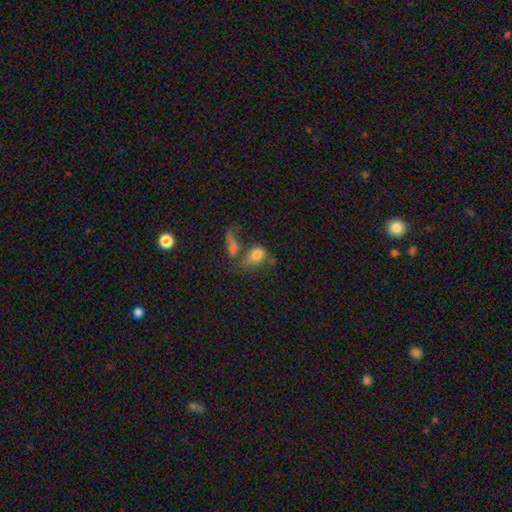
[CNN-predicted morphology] smooth 73%, featured or disk 16%, star or artifact 11%. Down the decision tree: how rounded — in between (84%); merging — merger (43%).